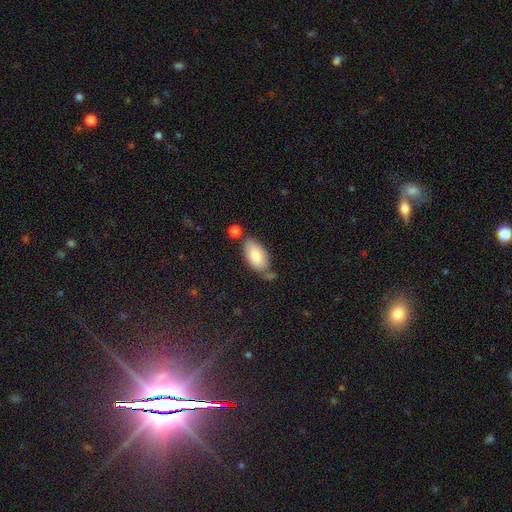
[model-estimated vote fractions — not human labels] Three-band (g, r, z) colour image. It shows a smooth galaxy with no disk features (78%) that is in between round and cigar-shaped (94%). Merging: none (57%).